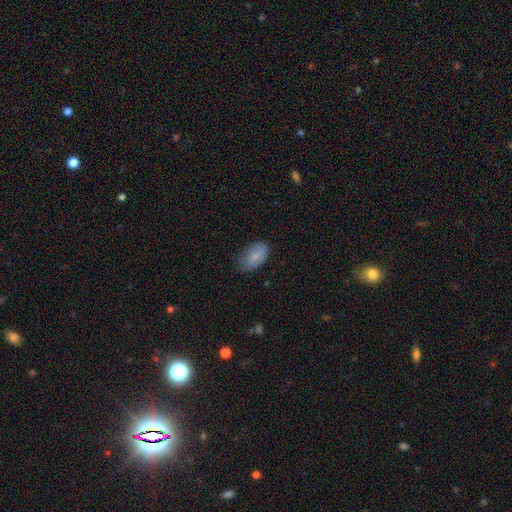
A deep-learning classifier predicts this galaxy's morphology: smooth 81%, featured or disk 12%, star or artifact 7%. Down the decision tree: how rounded — in between (93%); merging — none (68%).